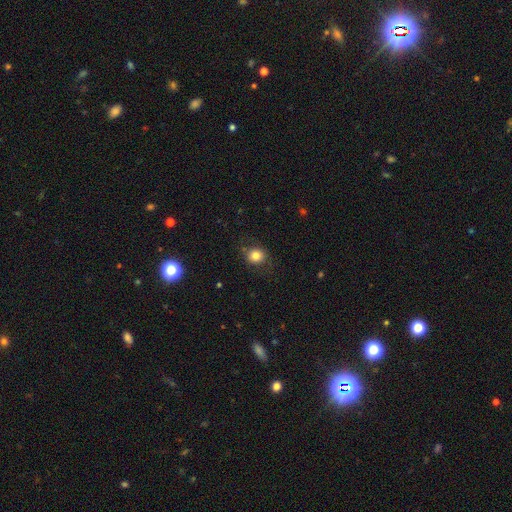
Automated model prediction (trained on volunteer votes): Morphology: type=smooth (80%); roundness=round (77%); merging=none (78%).